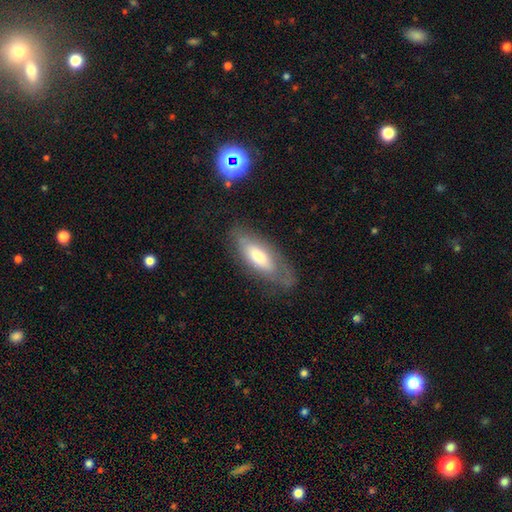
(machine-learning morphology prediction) type=smooth (57%); roundness=in between (73%); merging=none (66%).